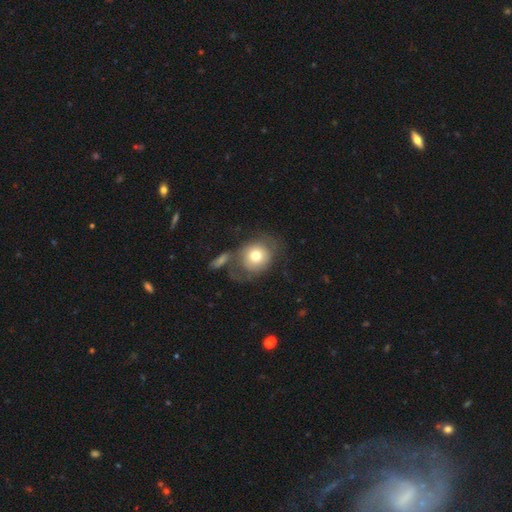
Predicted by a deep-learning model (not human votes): Smooth or featured: smooth — 71% (featured or disk — 22%)
How rounded: round — 72% (in between — 27%)
Merging: none — 46% (minor disturbance — 19%)